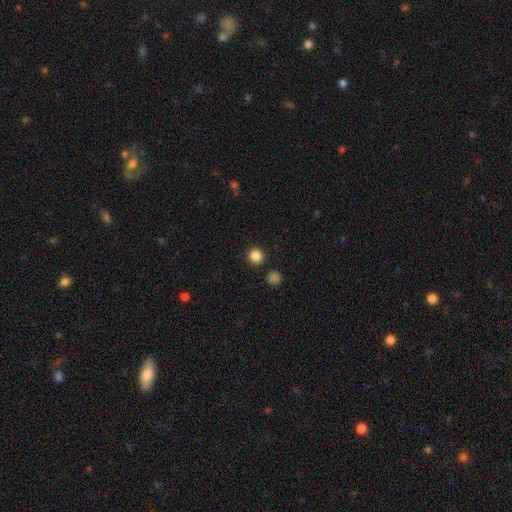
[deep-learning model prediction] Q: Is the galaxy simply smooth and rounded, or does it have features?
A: smooth — 86%.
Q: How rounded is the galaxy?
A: round — 95%.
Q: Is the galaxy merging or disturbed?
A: none — 91%.